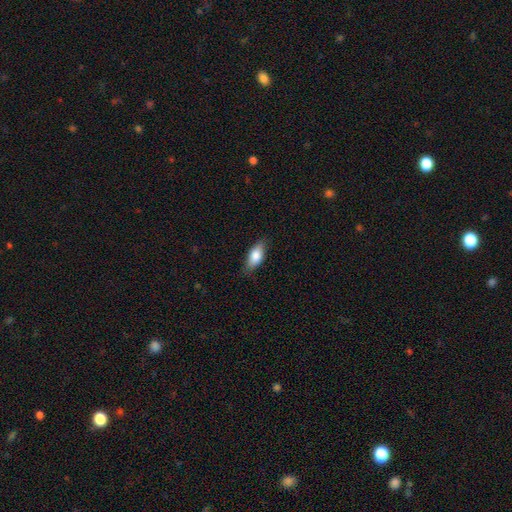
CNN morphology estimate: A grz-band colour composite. It shows a smooth galaxy with no disk features (79%) that is in between round and cigar-shaped (84%). Merging: none (78%).